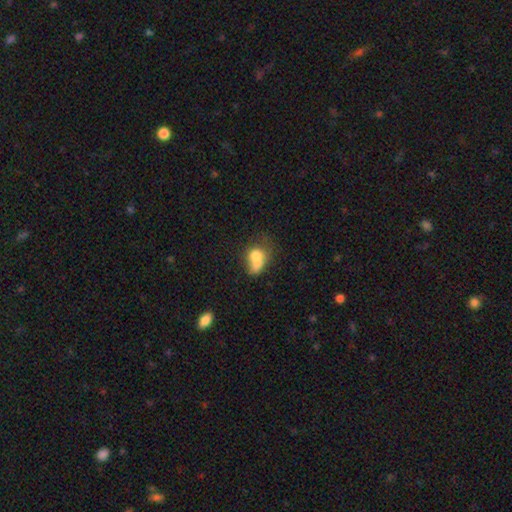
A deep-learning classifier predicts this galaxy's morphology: The model was most divided on "how rounded": in between: 60%, round: 37%, cigar-shaped: 3%. More confident: smooth or featured — smooth (67%); merging — merger (53%).